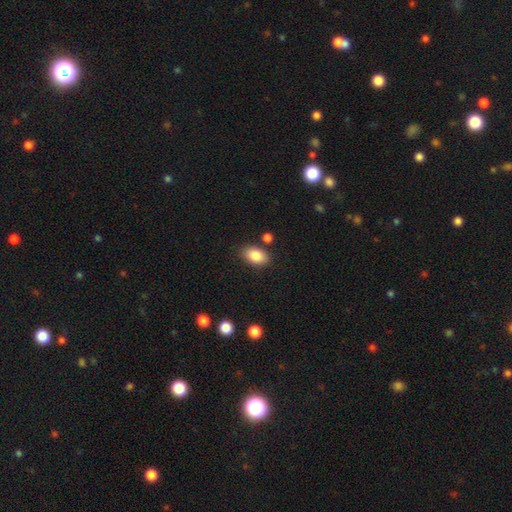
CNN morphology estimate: A smooth galaxy with no disk features (86%) that is in between round and cigar-shaped (90%).

Vote fractions:
- Smooth or featured? smooth: 86% / star or artifact: 7% / featured or disk: 7%
- How rounded? in between: 90% / round: 9% / cigar-shaped: 1%
- Merging? none: 81% / minor disturbance: 11% / merger: 5% / major disturbance: 3%